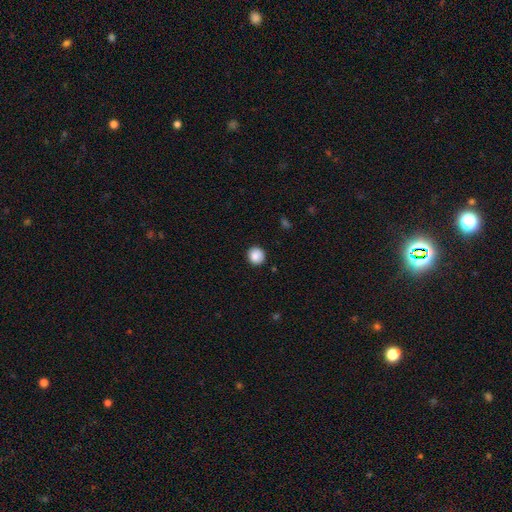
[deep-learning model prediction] Morphology: type=smooth (87%); roundness=round (91%); merging=none (90%).